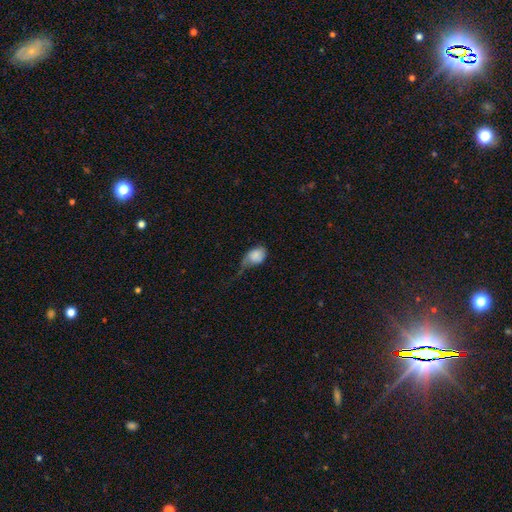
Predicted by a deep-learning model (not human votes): This is likely a smooth galaxy (79%). How rounded: likely in between (73%). Merging: marginally major disturbance (41%).